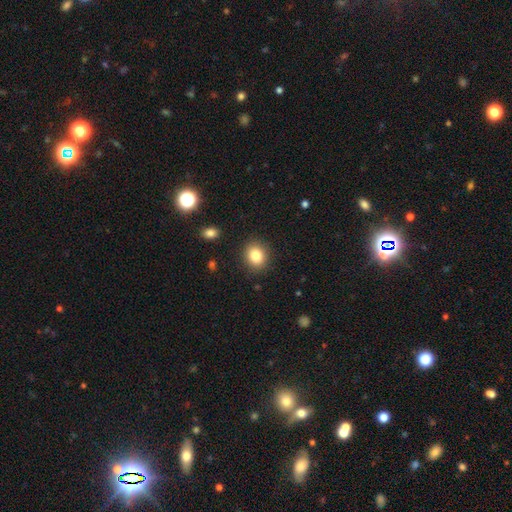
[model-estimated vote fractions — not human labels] Morphology: type=smooth (83%); roundness=round (69%); merging=none (89%).